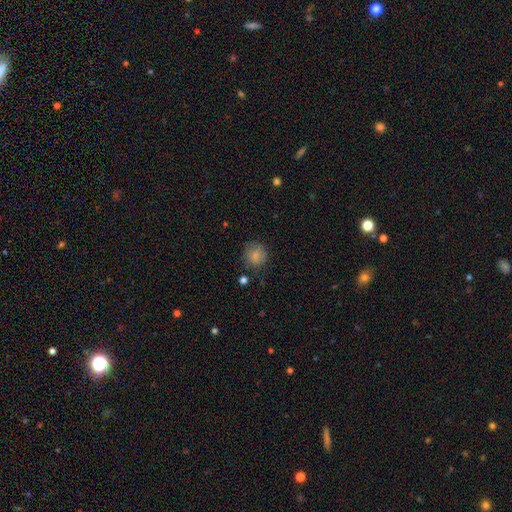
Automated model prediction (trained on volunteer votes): The model was most divided on "merging": none: 76%, minor disturbance: 17%, major disturbance: 5%, merger: 3%. More confident: how rounded — round (85%); smooth or featured — smooth (82%).